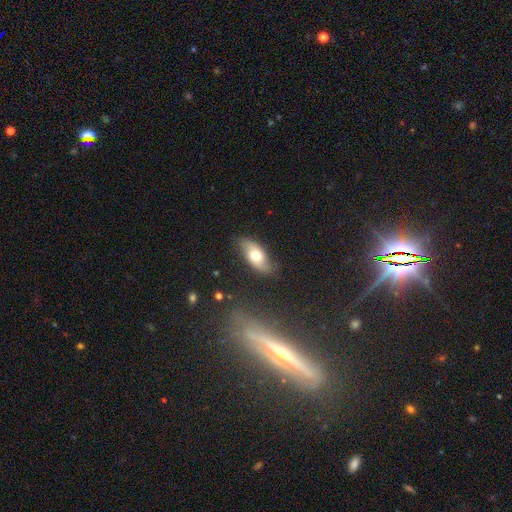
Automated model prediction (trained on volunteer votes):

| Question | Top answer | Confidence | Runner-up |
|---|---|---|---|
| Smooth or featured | smooth | 59% | featured or disk (34%) |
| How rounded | in between | 87% | cigar-shaped (9%) |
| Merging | none | 76% | minor disturbance (18%) |